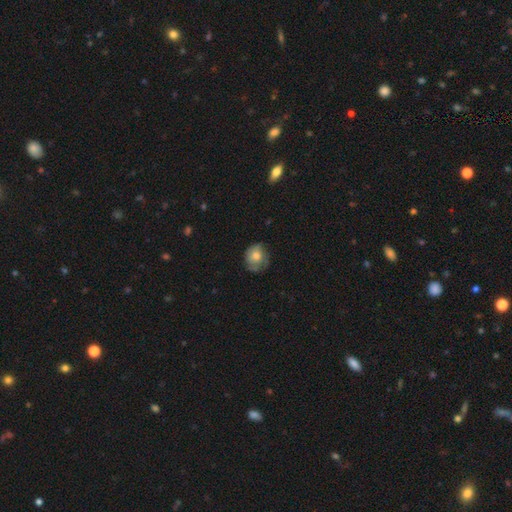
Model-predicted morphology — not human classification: smooth 61%, featured or disk 30%, star or artifact 8%. Down the decision tree: how rounded — round (74%); merging — none (59%).